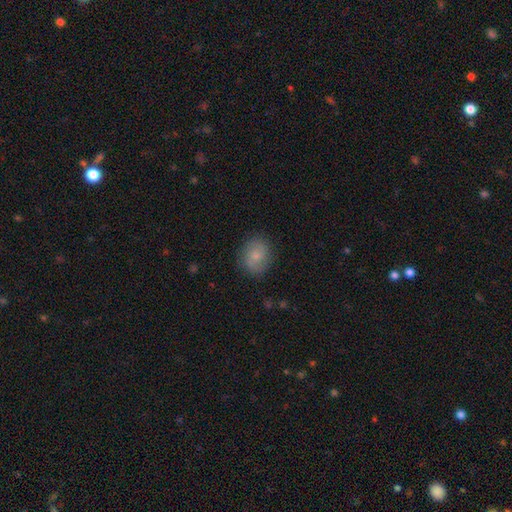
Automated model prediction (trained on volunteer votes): This appears to be a smooth galaxy with no disk features (63%) that is round (58%). Merging: none (81%).